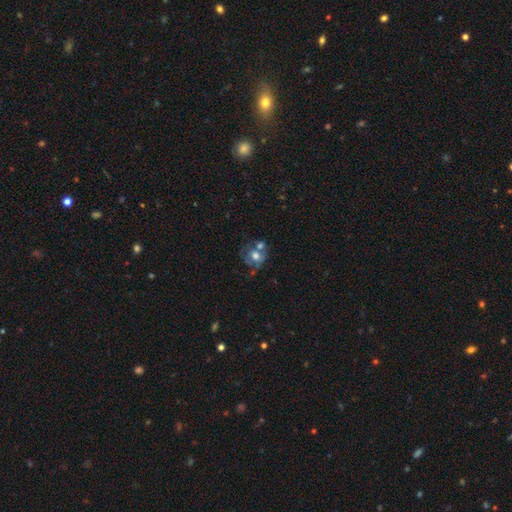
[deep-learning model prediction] smooth 53%, featured or disk 38%, star or artifact 9%. Down the decision tree: how rounded — round (72%); merging — none (37%, tied with merger).